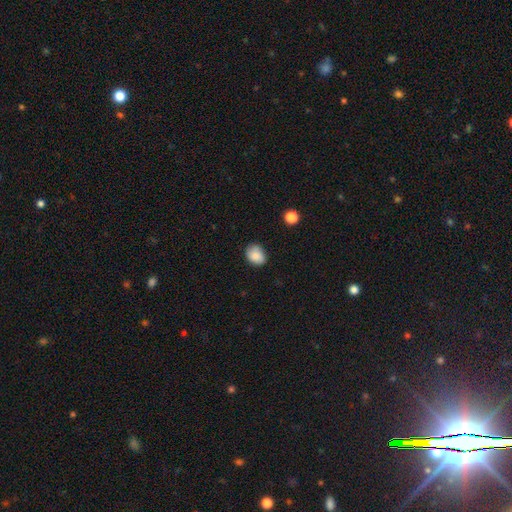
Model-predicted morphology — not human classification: Smooth or featured? Predicted: smooth (p=0.84). How rounded? Predicted: in between (p=0.58). Merging? Predicted: none (p=0.70).